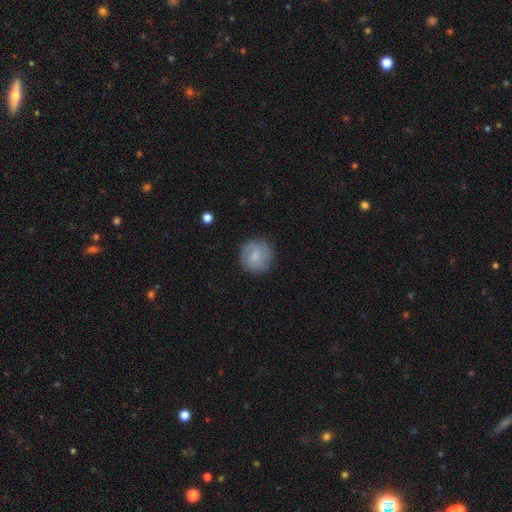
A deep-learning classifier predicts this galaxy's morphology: Smooth or featured? smooth (75%)
How rounded? round (95%)
Merging? none (86%)